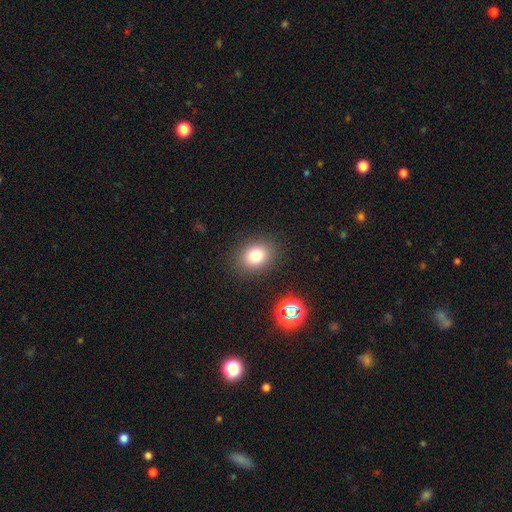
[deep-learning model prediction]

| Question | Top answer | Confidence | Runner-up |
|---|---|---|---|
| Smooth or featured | smooth | 77% | star or artifact (14%) |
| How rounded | in between | 50% | round (49%) |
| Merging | none | 87% | minor disturbance (8%) |